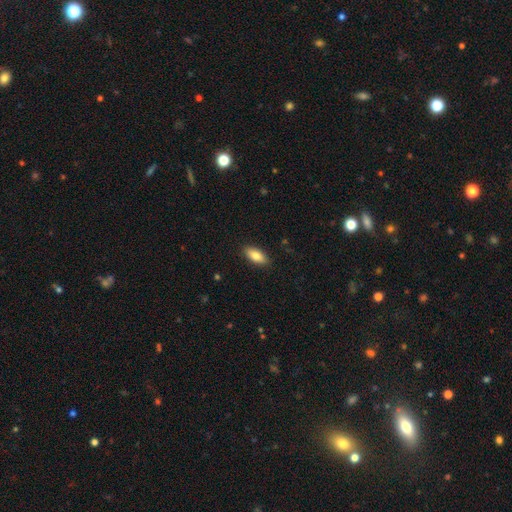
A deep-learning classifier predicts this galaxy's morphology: A smooth galaxy with no disk features (84%) that is in between round and cigar-shaped (86%). Merging: none (88%).